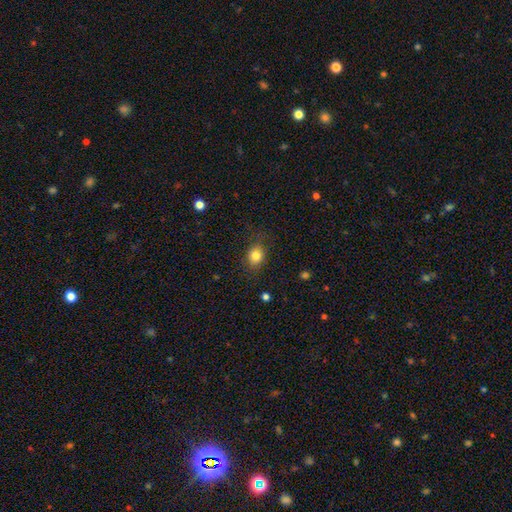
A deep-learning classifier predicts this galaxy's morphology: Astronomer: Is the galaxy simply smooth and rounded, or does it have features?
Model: smooth — 82%.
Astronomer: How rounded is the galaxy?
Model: round — 53% (runner-up: in between, 45%).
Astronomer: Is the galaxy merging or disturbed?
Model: none — 80%.